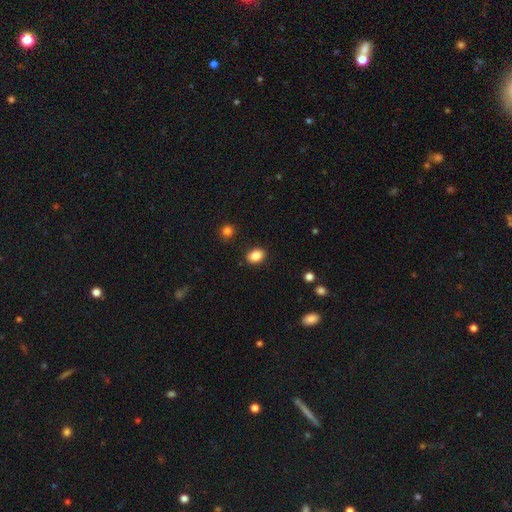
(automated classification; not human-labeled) Overall: smooth (87%). How rounded: in between (74%). Merging: none (87%).